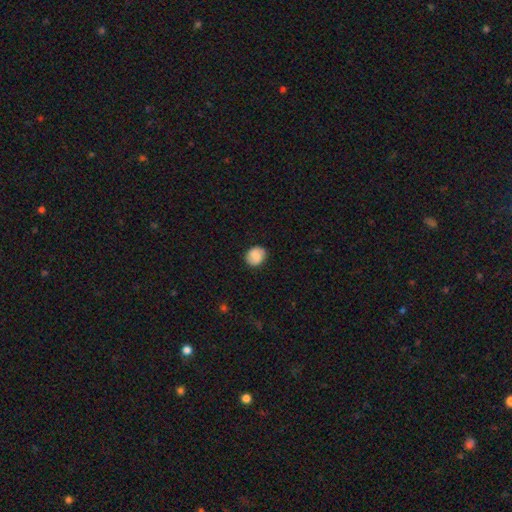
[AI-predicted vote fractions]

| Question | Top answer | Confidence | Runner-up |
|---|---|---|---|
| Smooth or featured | smooth | 74% | featured or disk (18%) |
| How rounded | round | 62% | in between (37%) |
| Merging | none | 84% | minor disturbance (12%) |